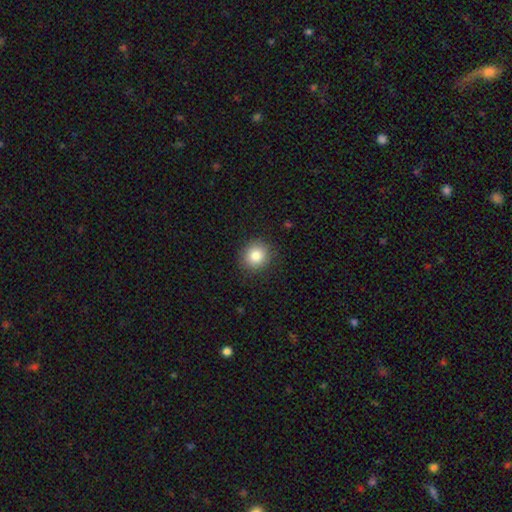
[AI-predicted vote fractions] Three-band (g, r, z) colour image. It shows a smooth galaxy with no disk features (83%) that is round (86%). Merging: none (89%).